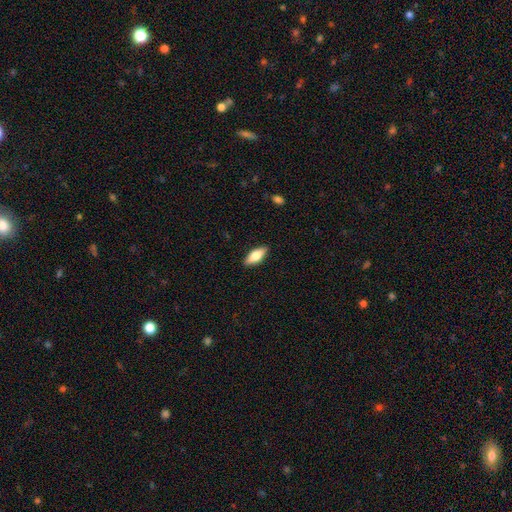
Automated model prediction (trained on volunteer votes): A smooth galaxy with no disk features (62%) that is in between round and cigar-shaped (73%). Merging: none (89%).